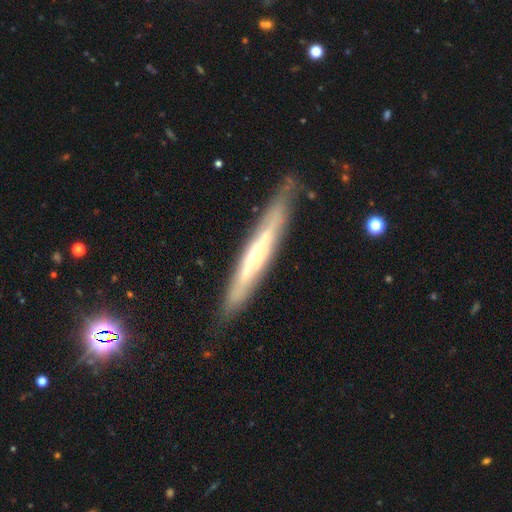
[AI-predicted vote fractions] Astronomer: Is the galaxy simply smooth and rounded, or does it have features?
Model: featured or disk — 73%.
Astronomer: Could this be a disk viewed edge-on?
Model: yes — 79%.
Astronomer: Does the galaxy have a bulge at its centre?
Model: rounded — 65%.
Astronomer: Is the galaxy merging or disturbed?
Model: none — 83%.